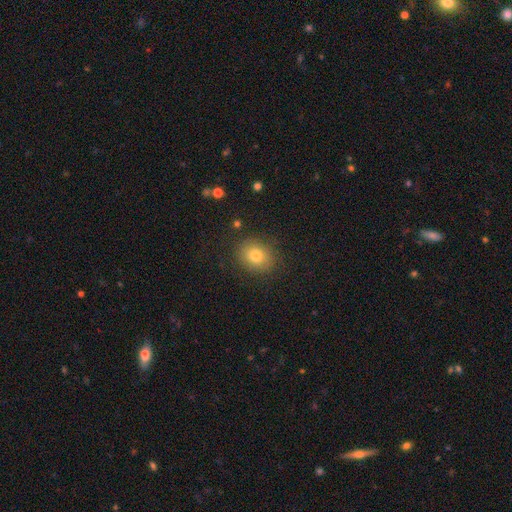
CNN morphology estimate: smooth_or_featured: smooth (p=0.79) [alt: star or artifact p=0.12]
how_rounded: round (p=0.61) [alt: in between p=0.38]
merging: none (p=0.85) [alt: minor disturbance p=0.10]